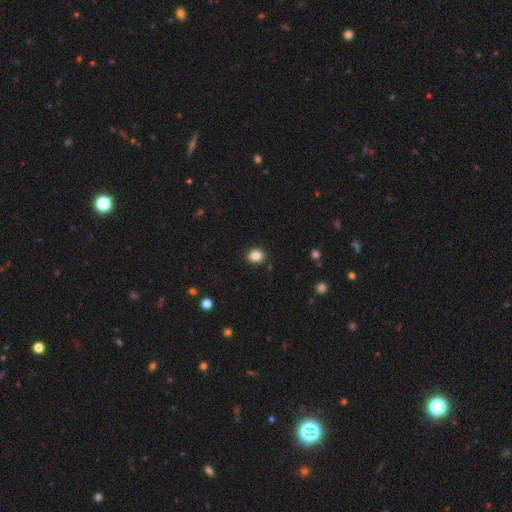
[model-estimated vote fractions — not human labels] Q: Smooth or featured?
A: smooth (85%); runner-up: star or artifact (11%)
Q: How rounded?
A: round (65%); runner-up: in between (34%)
Q: Merging?
A: none (90%); runner-up: minor disturbance (7%)